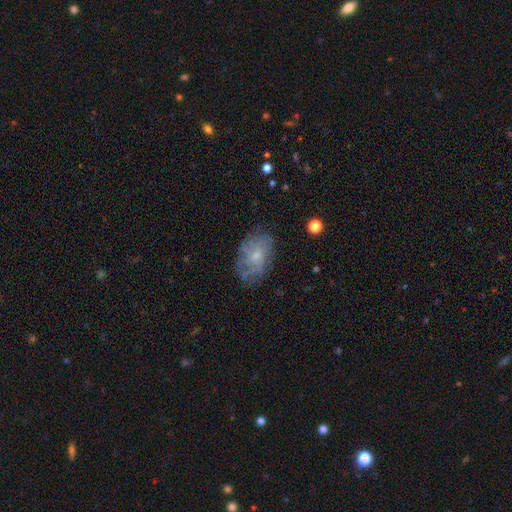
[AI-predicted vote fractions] Smooth or featured? Predicted: featured or disk (p=0.59). Edge-on disk? Predicted: no (p=0.96). Bar? Predicted: no (p=0.74). Spiral arms? Predicted: yes (p=0.72). Bulge size? Predicted: small (p=0.61). Merging? Predicted: none (p=0.68).